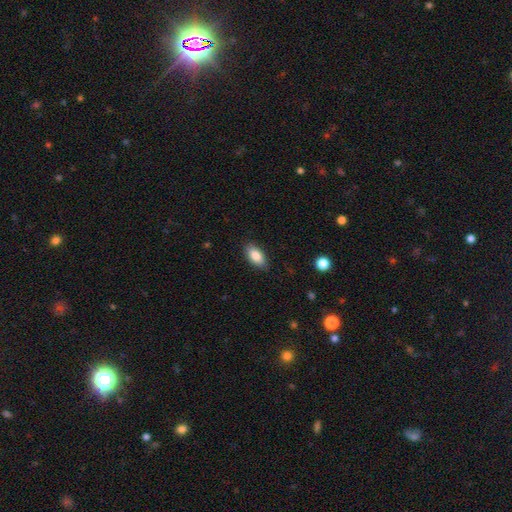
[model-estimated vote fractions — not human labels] A smooth galaxy with no disk features (86%) that is in between round and cigar-shaped (90%).

Vote fractions:
- Smooth or featured? smooth: 86% / featured or disk: 8% / star or artifact: 7%
- How rounded? in between: 90% / cigar-shaped: 7% / round: 3%
- Merging? none: 86% / minor disturbance: 10% / major disturbance: 2% / merger: 1%